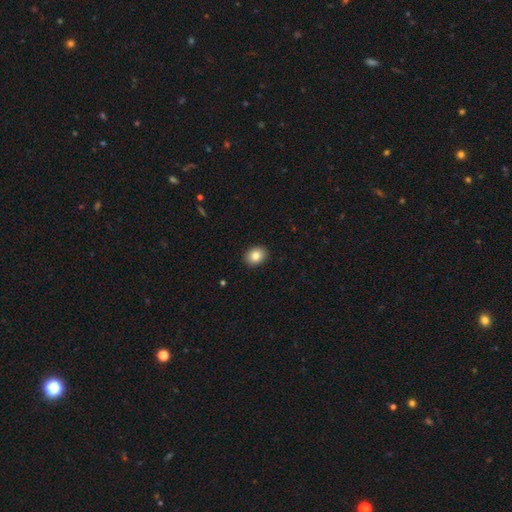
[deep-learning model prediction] This appears to be a smooth galaxy with no disk features (84%) that is in between round and cigar-shaped (57%). Merging: none (91%).